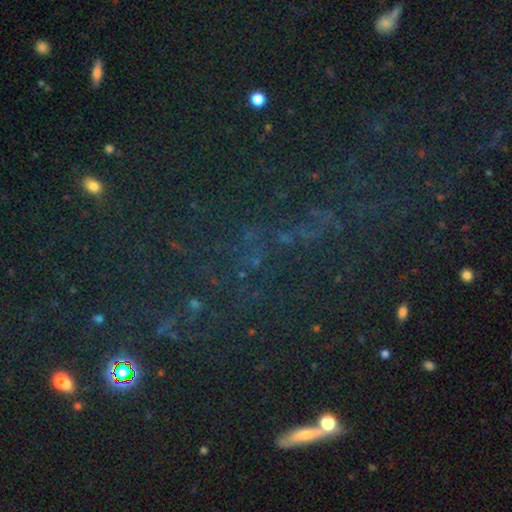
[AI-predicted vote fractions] Smooth or featured? Predicted: star or artifact (p=0.68).